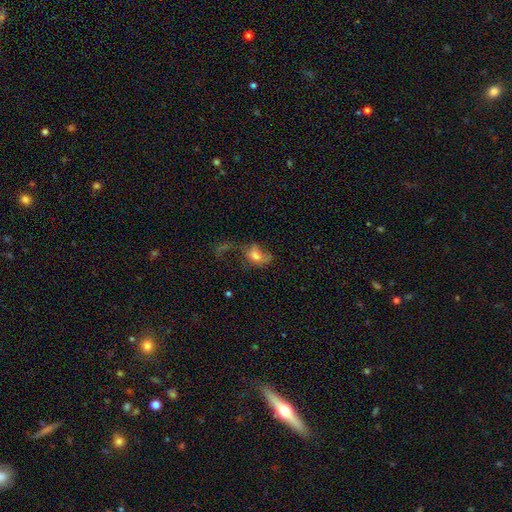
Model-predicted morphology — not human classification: This is possibly a smooth galaxy (51%). How rounded: likely in between (72%). Merging: possibly major disturbance (57%).